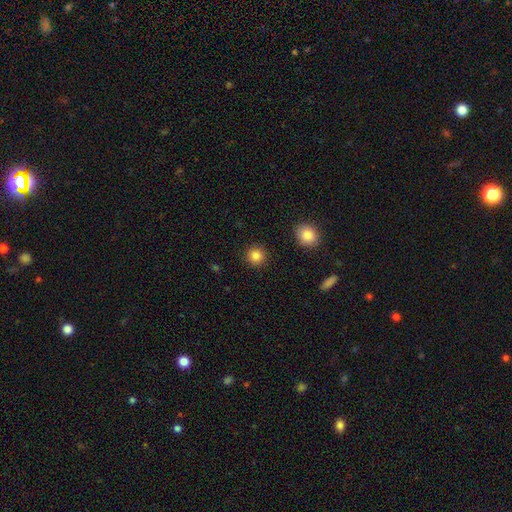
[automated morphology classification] Q: Smooth or featured?
A: smooth (85%); runner-up: star or artifact (11%)
Q: How rounded?
A: round (94%); runner-up: in between (6%)
Q: Merging?
A: none (91%); runner-up: minor disturbance (5%)